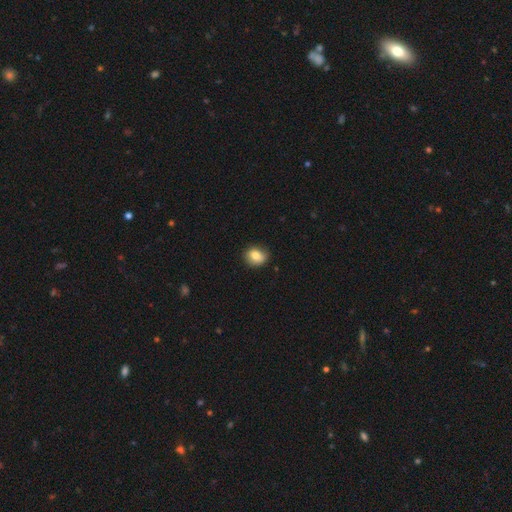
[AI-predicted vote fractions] smooth_or_featured: smooth (p=0.79) [alt: featured or disk p=0.12]
how_rounded: round (p=0.62) [alt: in between p=0.37]
merging: none (p=0.80) [alt: minor disturbance p=0.16]